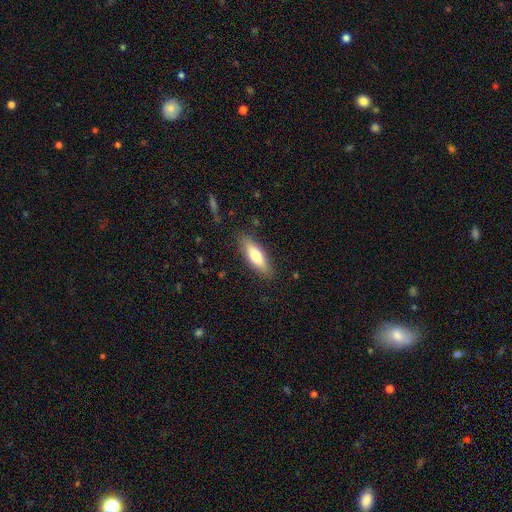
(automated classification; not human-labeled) Overall: smooth (71%). How rounded: in between (54%; cigar-shaped 44%). Merging: none (86%).